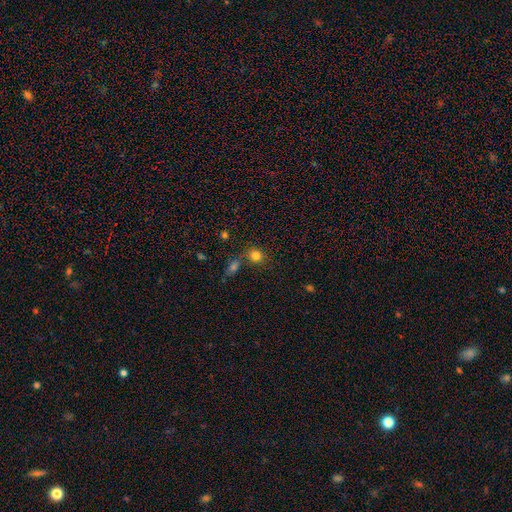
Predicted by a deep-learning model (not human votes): Q: Smooth or featured?
A: smooth (80%); runner-up: star or artifact (13%)
Q: How rounded?
A: round (78%); runner-up: in between (20%)
Q: Merging?
A: none (71%); runner-up: merger (15%)